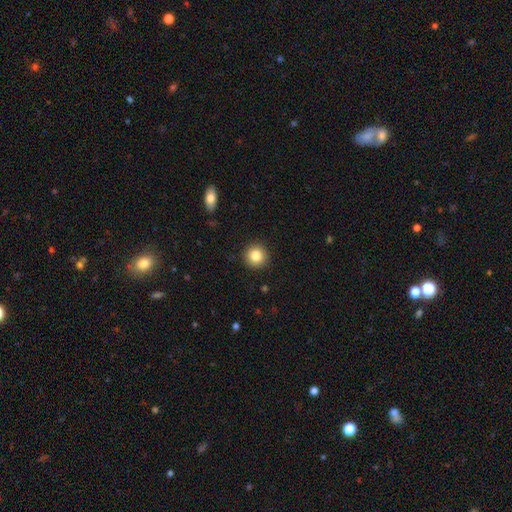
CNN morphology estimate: type=smooth (84%); roundness=round (94%); merging=none (91%).